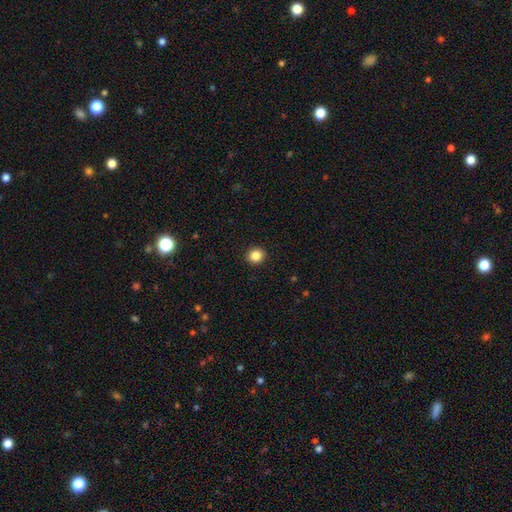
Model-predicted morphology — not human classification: smooth 85%, star or artifact 10%, featured or disk 4%. Down the decision tree: how rounded — round (86%); merging — none (93%).